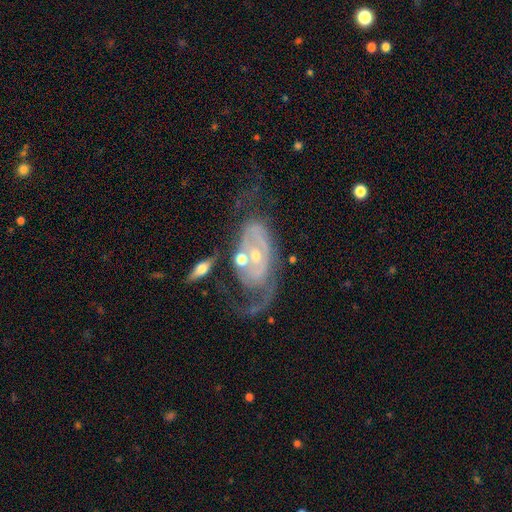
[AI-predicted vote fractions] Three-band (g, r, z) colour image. It shows a featured or disk galaxy (82%) with no bar (70%), 2 (44%) tight (46%) spiral arms (82%) and a small central bulge (59%). Merging: none (35%).